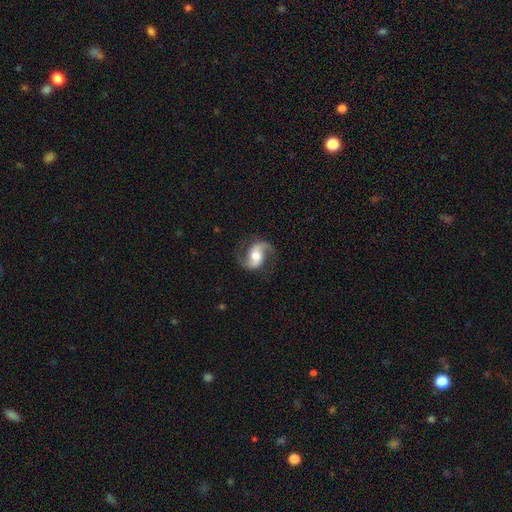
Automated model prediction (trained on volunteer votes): smooth_or_featured: featured or disk (p=0.87) [alt: smooth p=0.08]
disk_edge_on: no (p=0.97) [alt: yes p=0.03]
bar: no (p=0.40) [alt: weak p=0.37]
has_spiral_arms: yes (p=0.97) [alt: no p=0.03]
spiral_winding: loose (p=0.51) [alt: medium p=0.40]
spiral_arm_count: 2 (p=0.93) [alt: 1 p=0.02]
bulge_size: moderate (p=0.67) [alt: small p=0.17]
merging: none (p=0.80) [alt: minor disturbance p=0.12]